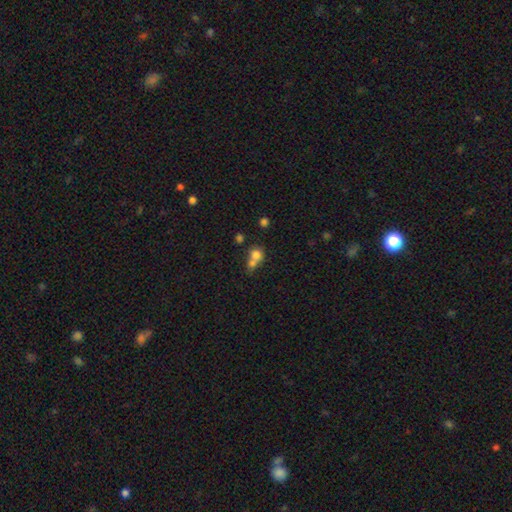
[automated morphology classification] Smooth or featured? Predicted: smooth (p=0.75). How rounded? Predicted: round (p=0.76). Merging? Predicted: merger (p=0.60).